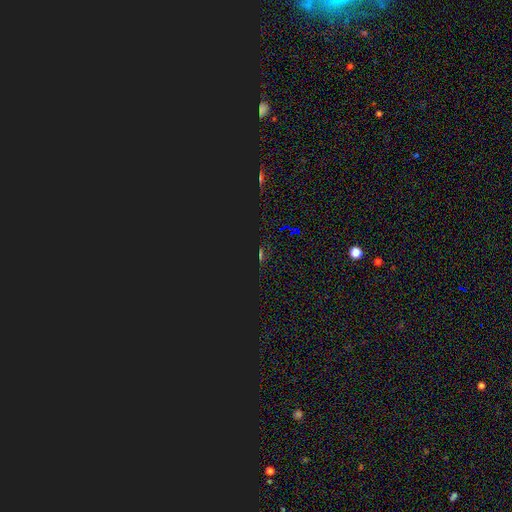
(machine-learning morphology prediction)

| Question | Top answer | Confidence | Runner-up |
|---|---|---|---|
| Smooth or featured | star or artifact | 80% | smooth (12%) |